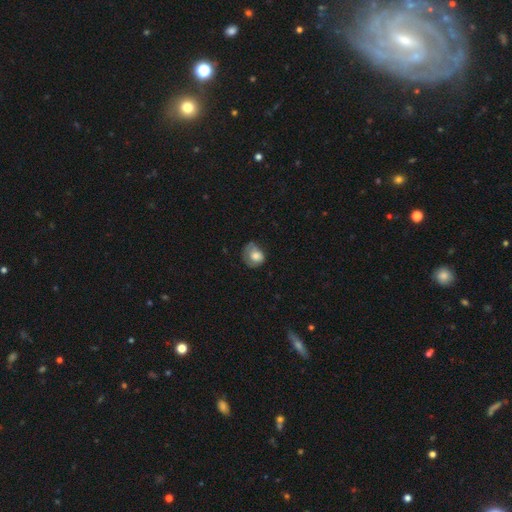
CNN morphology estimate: Smooth or featured?
  - smooth: 70% *
  - featured or disk: 22%
  - star or artifact: 8%
How rounded?
  - round: 61% *
  - in between: 38%
  - cigar-shaped: 1%
Merging?
  - minor disturbance: 37% * (tied)
  - none: 37% * (tied)
  - major disturbance: 24%
  - merger: 2%